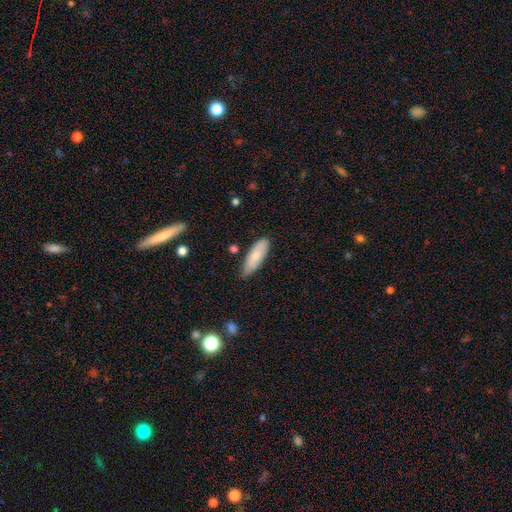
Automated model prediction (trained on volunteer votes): The model was most divided on "how rounded": in between: 60%, cigar-shaped: 38%, round: 2%. More confident: smooth or featured — smooth (77%); merging — none (74%).